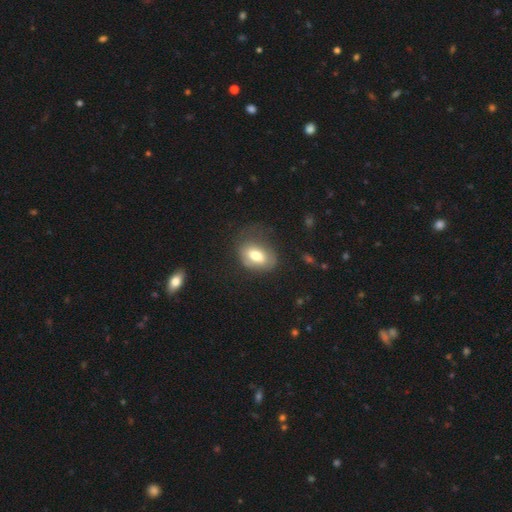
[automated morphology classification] This appears to be a smooth galaxy with no disk features (70%) that is in between round and cigar-shaped (80%). Merging: none (53%).